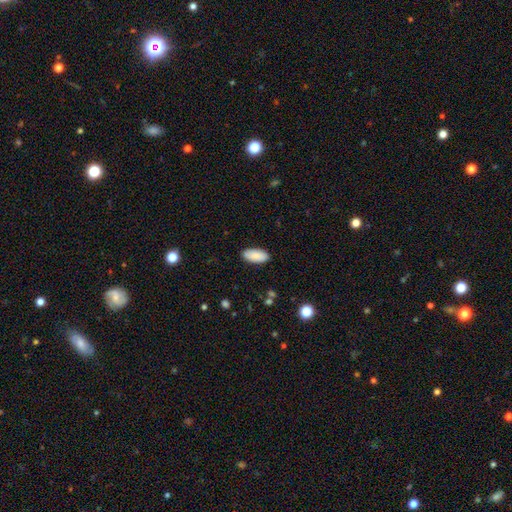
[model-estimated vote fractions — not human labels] Smooth or featured? smooth (88%)
How rounded? in between (92%)
Merging? none (88%)